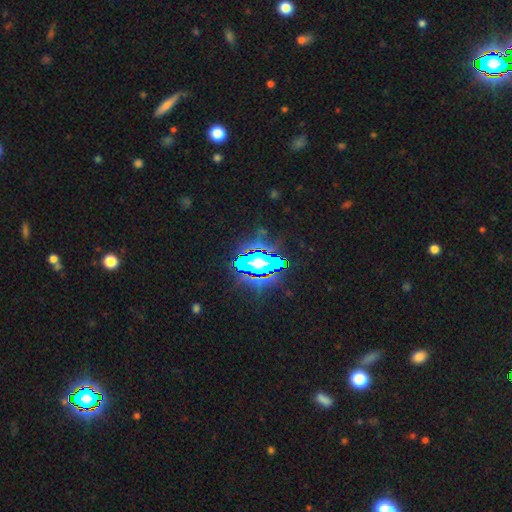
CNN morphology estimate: A star or artifact, not a galaxy (64%).